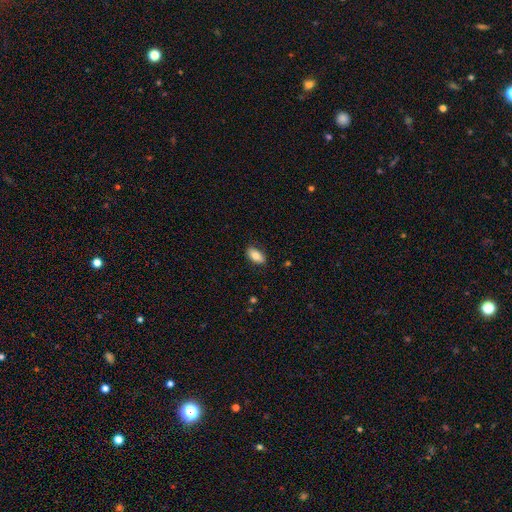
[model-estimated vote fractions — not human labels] Q: Smooth or featured?
A: smooth (81%); runner-up: featured or disk (13%)
Q: How rounded?
A: in between (91%); runner-up: cigar-shaped (5%)
Q: Merging?
A: none (86%); runner-up: minor disturbance (11%)